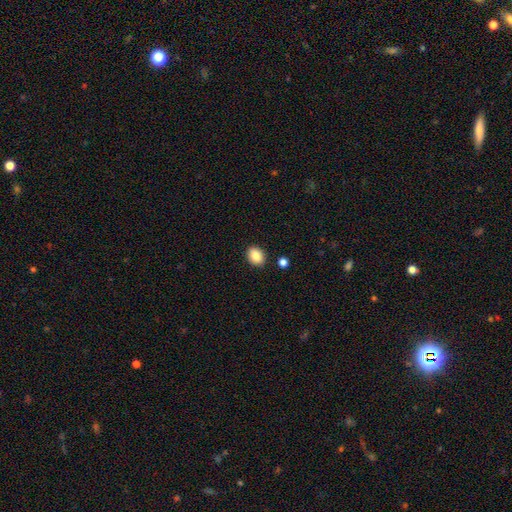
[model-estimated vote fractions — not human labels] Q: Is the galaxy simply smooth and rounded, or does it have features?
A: smooth — 86%.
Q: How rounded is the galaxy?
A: in between — 66%.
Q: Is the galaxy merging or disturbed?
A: none — 88%.